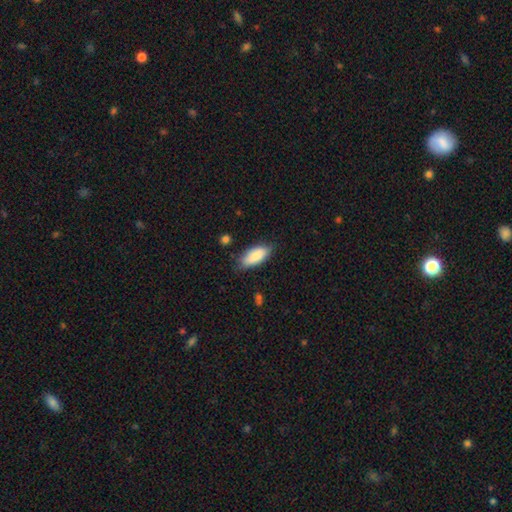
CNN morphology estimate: smooth_or_featured: smooth (p=0.86) [alt: featured or disk p=0.08]
how_rounded: in between (p=0.81) [alt: cigar-shaped p=0.17]
merging: none (p=0.77) [alt: minor disturbance p=0.18]